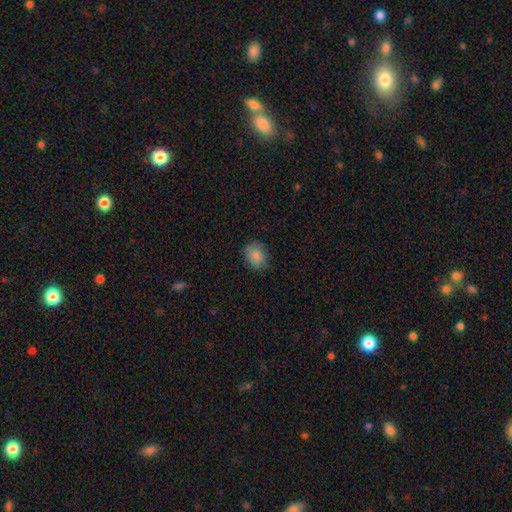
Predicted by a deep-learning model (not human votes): Smooth or featured? smooth (86%)
How rounded? in between (50%)
Merging? none (80%)